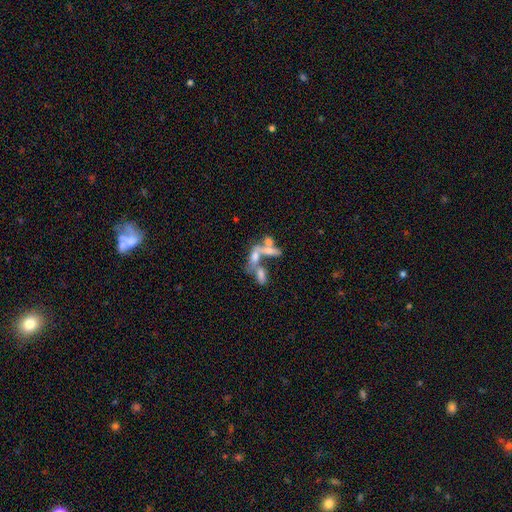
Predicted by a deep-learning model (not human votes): Smooth or featured? featured or disk (44%)
Merging? merger (60%)